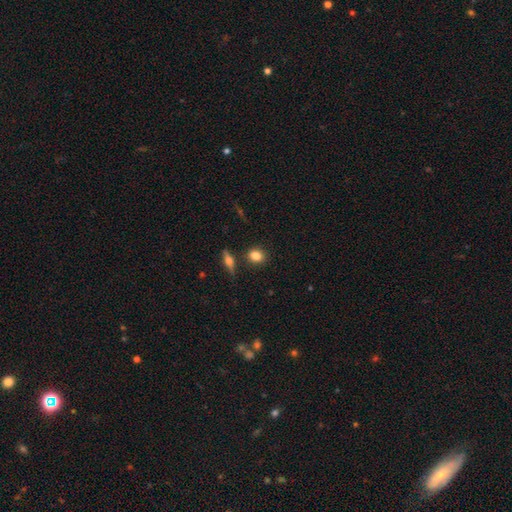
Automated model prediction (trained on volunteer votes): Smooth or featured?
  - smooth: 82% *
  - featured or disk: 9%
  - star or artifact: 9%
How rounded?
  - round: 66% *
  - in between: 31%
  - cigar-shaped: 3%
Merging?
  - none: 84% *
  - minor disturbance: 9%
  - merger: 5%
  - major disturbance: 2%